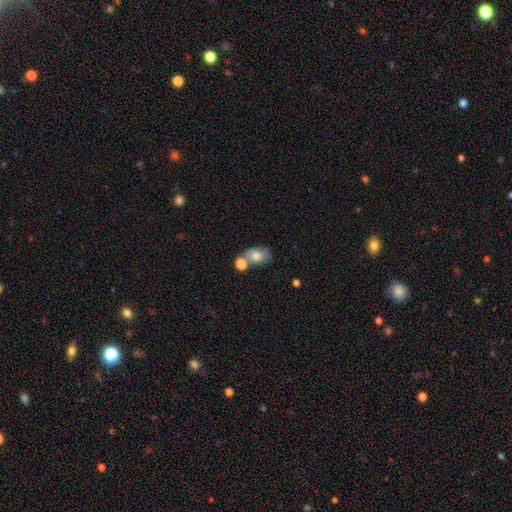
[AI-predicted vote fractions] Smooth or featured?
  - smooth: 76% *
  - featured or disk: 15%
  - star or artifact: 9%
How rounded?
  - in between: 78% *
  - round: 21%
  - cigar-shaped: 1%
Merging?
  - none: 45% *
  - merger: 32%
  - minor disturbance: 16%
  - major disturbance: 7%